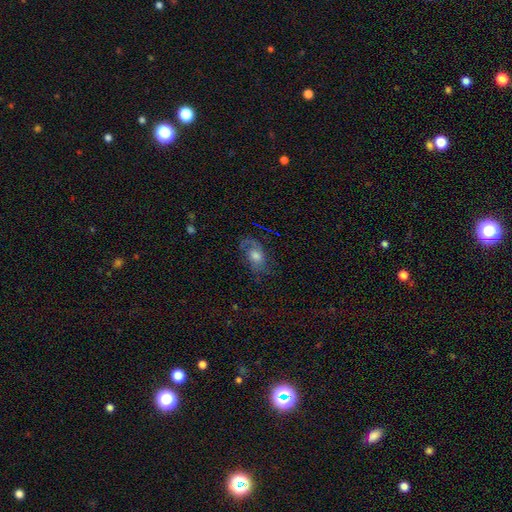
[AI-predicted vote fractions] This is likely a featured or disk galaxy (61%). It is clearly not viewed edge-on (93%). Bar: likely no (73%). Spiral arm pattern: clearly yes (85%). Central bulge: possibly moderate (51%). Merging: likely none (65%).